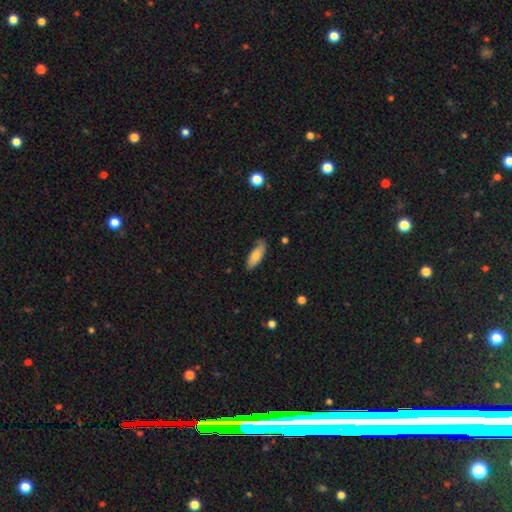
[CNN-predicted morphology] This is likely a smooth galaxy (72%). How rounded: likely in between (70%). Merging: likely none (71%).